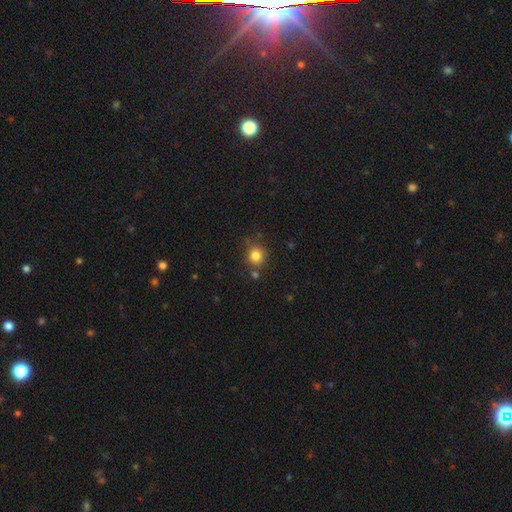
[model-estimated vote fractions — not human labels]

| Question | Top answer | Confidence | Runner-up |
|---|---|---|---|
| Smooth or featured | smooth | 83% | star or artifact (12%) |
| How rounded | round | 89% | in between (10%) |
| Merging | none | 78% | minor disturbance (11%) |